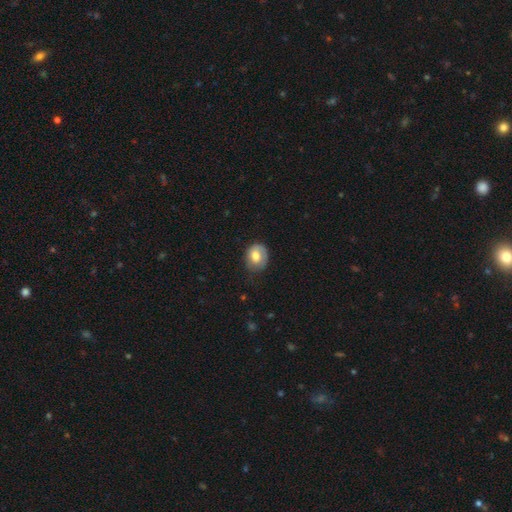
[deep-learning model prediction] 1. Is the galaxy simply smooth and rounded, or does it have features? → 67% smooth, 27% featured or disk, 7% star or artifact.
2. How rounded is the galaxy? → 59% round, 40% in between, 1% cigar-shaped.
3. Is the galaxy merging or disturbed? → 62% none, 26% minor disturbance, 10% major disturbance, 1% merger.